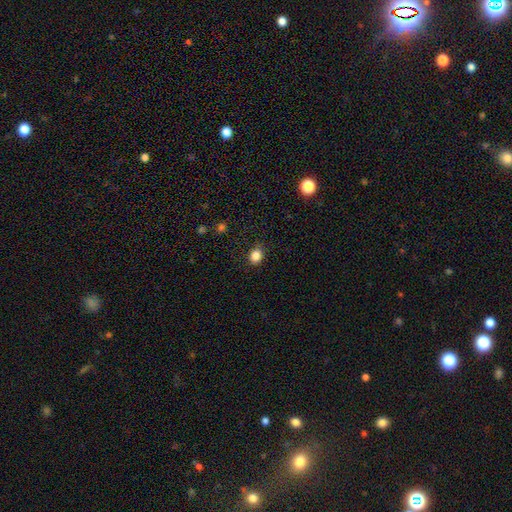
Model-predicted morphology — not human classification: This appears to be a smooth galaxy with no disk features (85%) that is round (61%). Merging: none (87%).